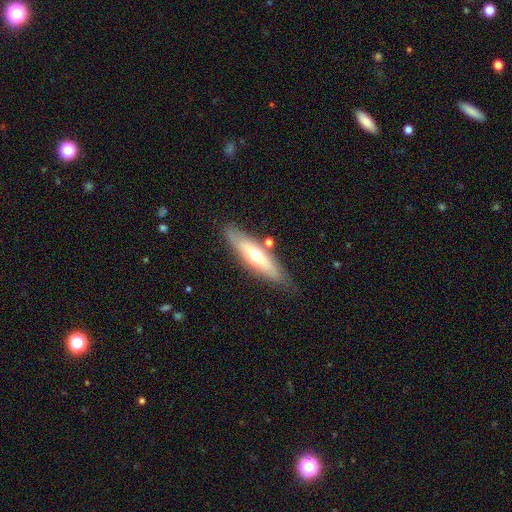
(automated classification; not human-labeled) Smooth or featured? Predicted: smooth (p=0.48). Merging? Predicted: none (p=0.79).